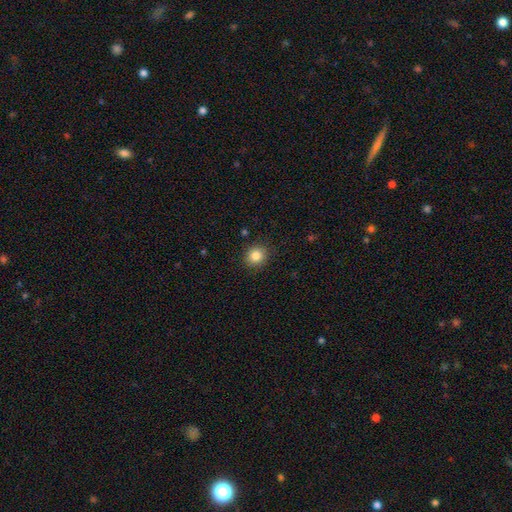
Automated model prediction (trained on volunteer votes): Smooth or featured?
  - smooth: 84% *
  - star or artifact: 11%
  - featured or disk: 6%
How rounded?
  - round: 84% *
  - in between: 15%
  - cigar-shaped: 1%
Merging?
  - none: 89% *
  - minor disturbance: 8%
  - major disturbance: 2%
  - merger: 1%